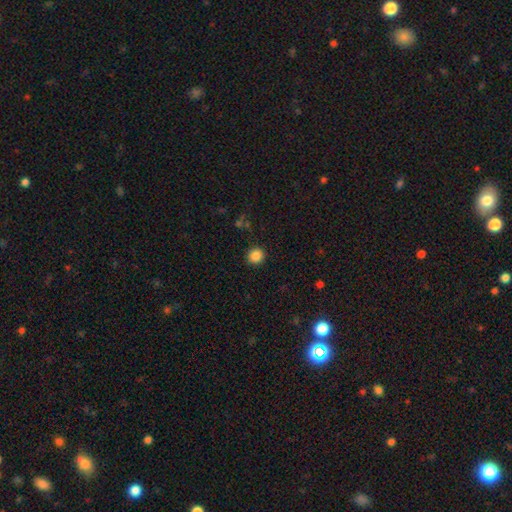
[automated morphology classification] The model was most divided on "smooth or featured": smooth: 86%, star or artifact: 11%, featured or disk: 3%. More confident: how rounded — round (91%); merging — none (91%).